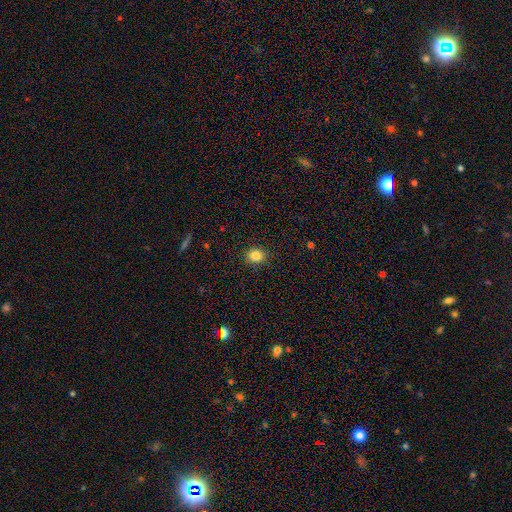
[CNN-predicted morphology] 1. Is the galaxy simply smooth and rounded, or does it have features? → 85% smooth, 11% star or artifact, 4% featured or disk.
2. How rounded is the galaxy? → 81% round, 18% in between, 1% cigar-shaped.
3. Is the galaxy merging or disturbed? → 91% none, 6% minor disturbance, 2% major disturbance, 1% merger.